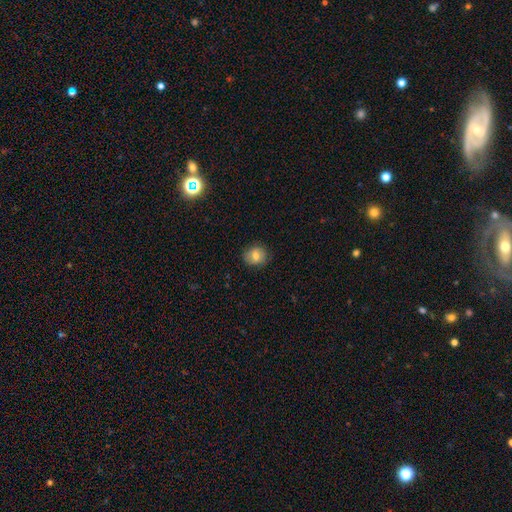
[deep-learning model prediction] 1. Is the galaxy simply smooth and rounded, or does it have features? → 77% smooth, 14% featured or disk, 10% star or artifact.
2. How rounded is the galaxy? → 75% round, 24% in between, 1% cigar-shaped.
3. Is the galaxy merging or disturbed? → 85% none, 12% minor disturbance, 3% major disturbance, 1% merger.